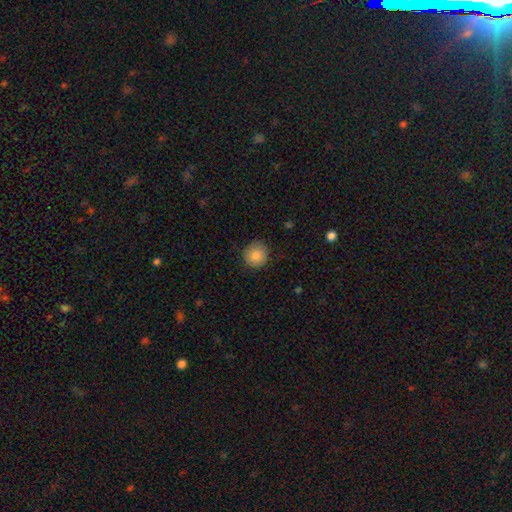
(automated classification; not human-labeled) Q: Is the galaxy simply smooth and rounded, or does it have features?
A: smooth — 85%.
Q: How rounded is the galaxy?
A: round — 92%.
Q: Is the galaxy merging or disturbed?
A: none — 85%.